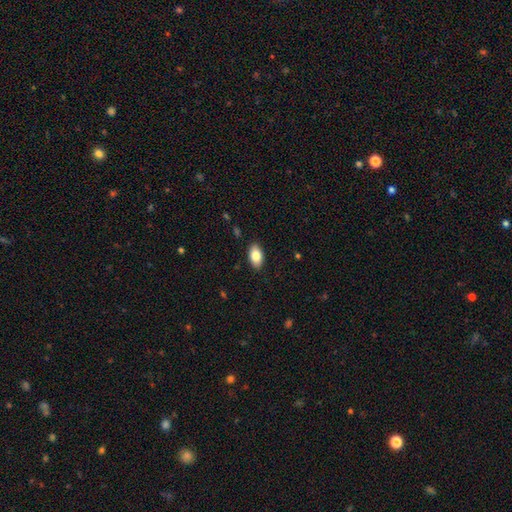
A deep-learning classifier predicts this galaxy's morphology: smooth-or-featured: smooth: 83% | featured or disk: 10% | star or artifact: 7%
  how-rounded: in between: 93% | round: 5% | cigar-shaped: 2%
  merging: none: 88% | minor disturbance: 9% | major disturbance: 2% | merger: 1%